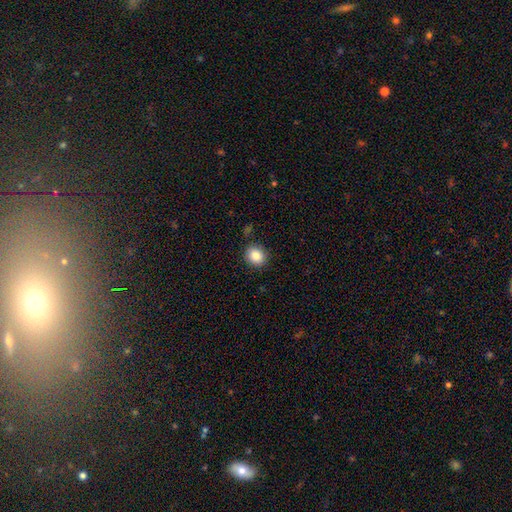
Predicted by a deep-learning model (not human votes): Overall: smooth (86%). How rounded: round (72%). Merging: none (86%).